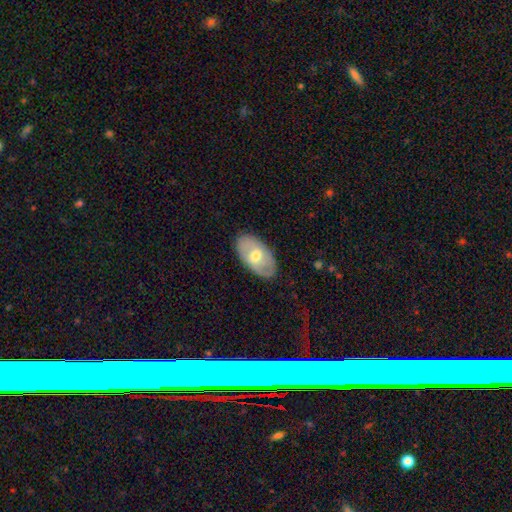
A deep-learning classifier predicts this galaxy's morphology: smooth-or-featured: smooth: 49% | featured or disk: 45% | star or artifact: 6%
  merging: none: 82% | minor disturbance: 14% | major disturbance: 3% | merger: 1%